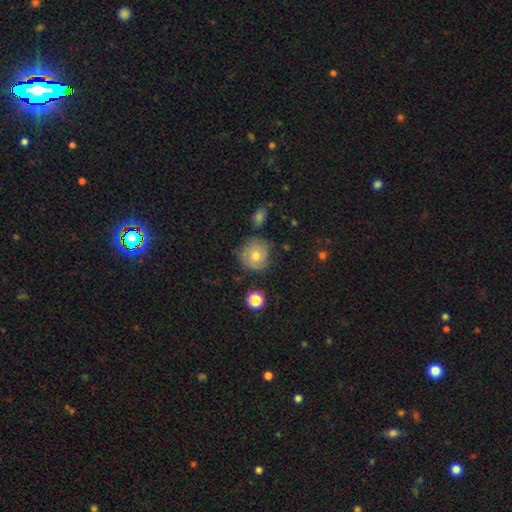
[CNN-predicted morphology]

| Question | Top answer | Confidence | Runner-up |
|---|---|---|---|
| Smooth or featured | smooth | 50% | featured or disk (39%) |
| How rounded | round | 89% | in between (10%) |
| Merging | none | 73% | minor disturbance (19%) |